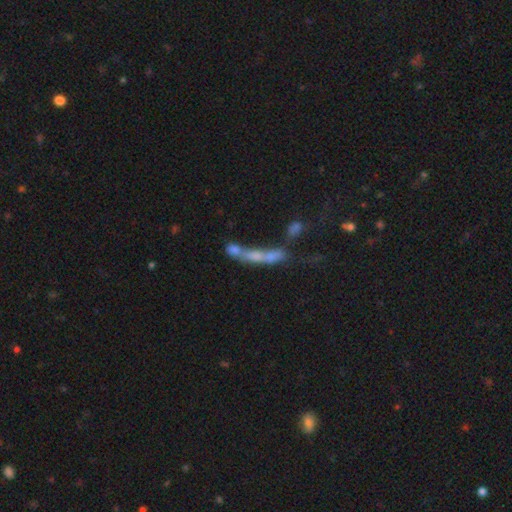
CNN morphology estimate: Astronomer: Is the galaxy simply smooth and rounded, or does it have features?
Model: featured or disk — 43% (runner-up: smooth, 38%).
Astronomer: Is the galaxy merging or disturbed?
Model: merger — 54%.